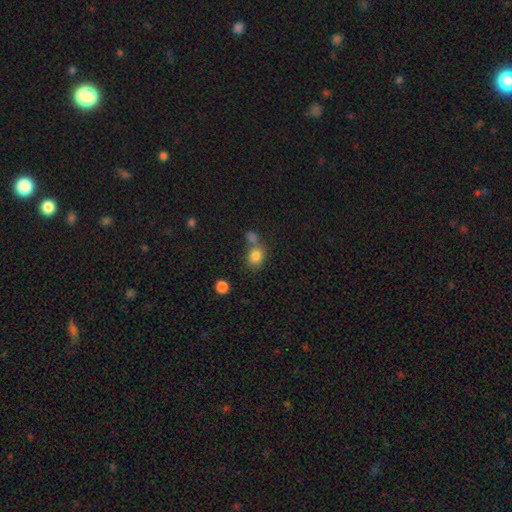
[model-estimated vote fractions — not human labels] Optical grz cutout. It shows a smooth galaxy with no disk features (82%) that is round (61%). Merging: none (54%).